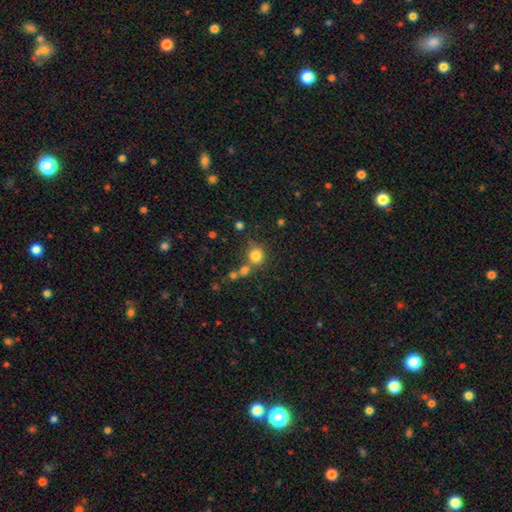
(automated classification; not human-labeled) Q: Smooth or featured?
A: smooth (80%); runner-up: star or artifact (13%)
Q: How rounded?
A: round (86%); runner-up: in between (13%)
Q: Merging?
A: none (63%); runner-up: merger (22%)